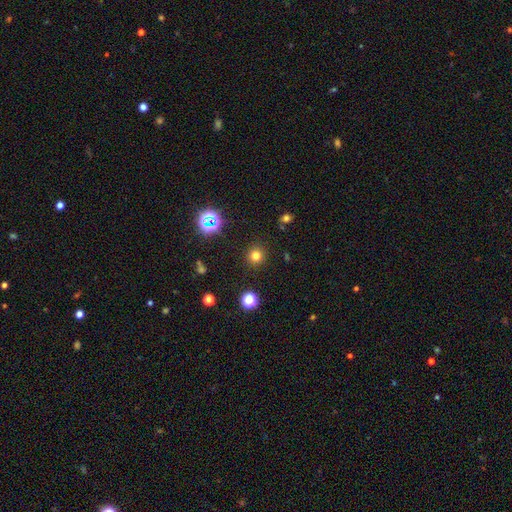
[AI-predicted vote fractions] Smooth or featured: smooth — 74% (star or artifact — 20%)
How rounded: round — 94% (in between — 5%)
Merging: none — 91% (minor disturbance — 6%)